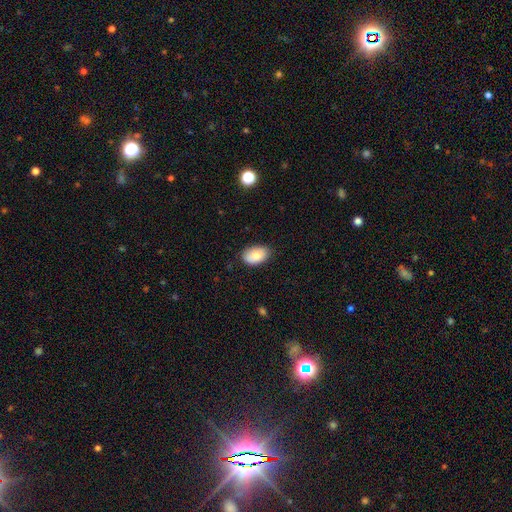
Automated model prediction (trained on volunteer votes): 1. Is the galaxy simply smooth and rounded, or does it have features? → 83% smooth, 10% featured or disk, 7% star or artifact.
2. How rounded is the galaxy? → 90% in between, 8% round, 1% cigar-shaped.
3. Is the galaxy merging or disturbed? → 80% none, 16% minor disturbance, 3% major disturbance, 1% merger.